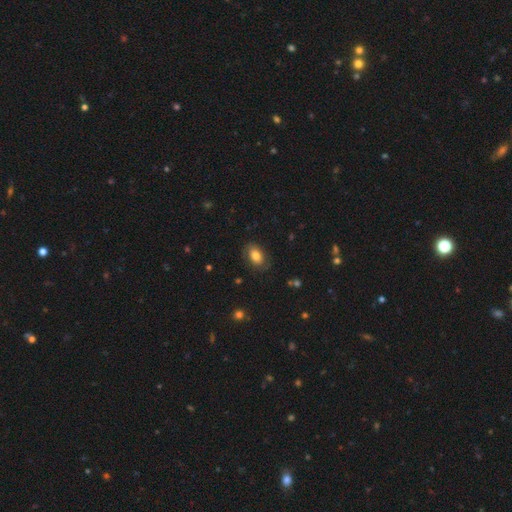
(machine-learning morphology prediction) Smooth or featured? Predicted: smooth (p=0.71). How rounded? Predicted: in between (p=0.86). Merging? Predicted: none (p=0.78).